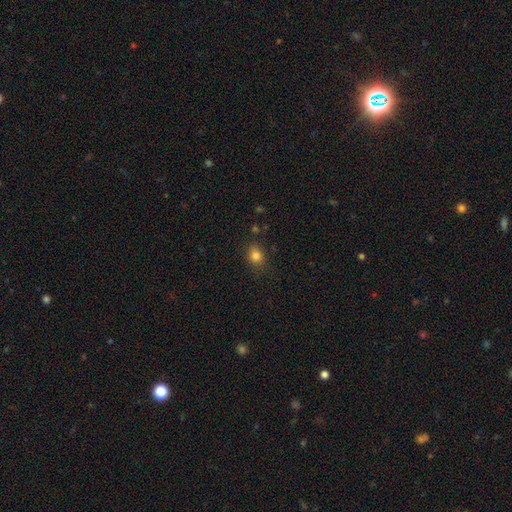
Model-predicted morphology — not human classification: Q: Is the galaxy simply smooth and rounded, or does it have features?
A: smooth — 81%.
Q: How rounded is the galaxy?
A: round — 54%.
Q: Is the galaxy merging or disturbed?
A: none — 82%.